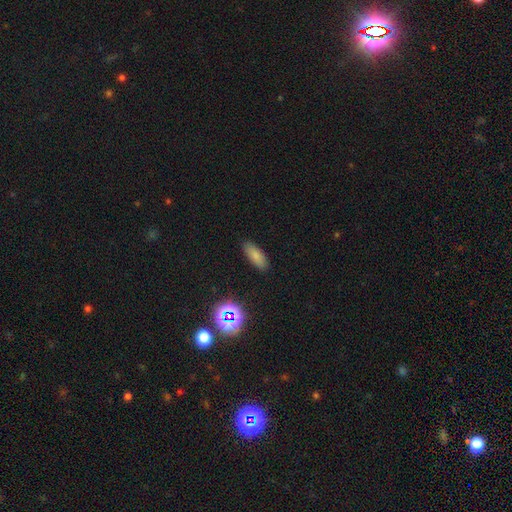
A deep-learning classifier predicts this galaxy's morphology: Overall: smooth (80%). How rounded: in between (75%). Merging: none (87%).